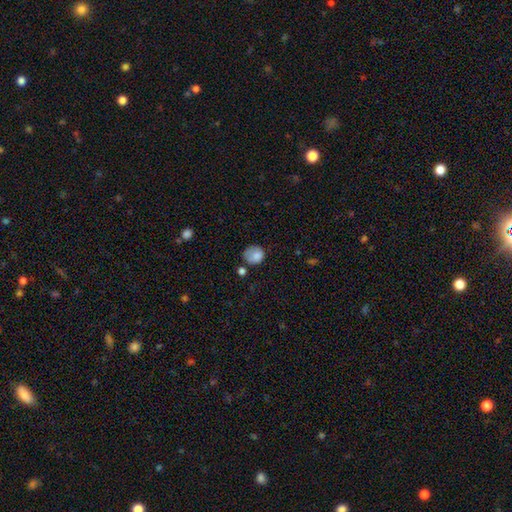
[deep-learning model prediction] Smooth or featured? Predicted: smooth (p=0.81). How rounded? Predicted: round (p=0.73). Merging? Predicted: none (p=0.53).